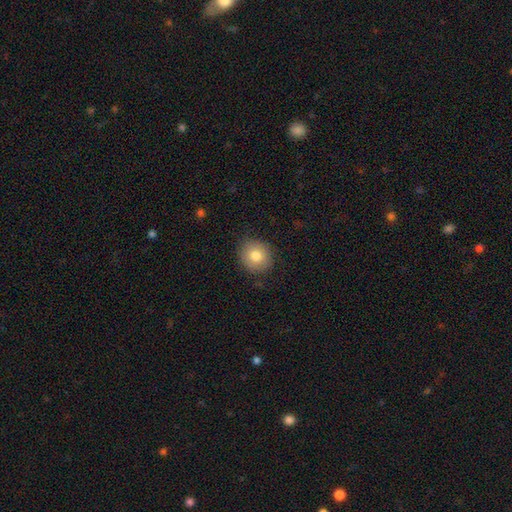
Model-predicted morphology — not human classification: smooth_or_featured: smooth (p=0.79) [alt: featured or disk p=0.12]
how_rounded: round (p=0.84) [alt: in between p=0.15]
merging: none (p=0.84) [alt: minor disturbance p=0.12]